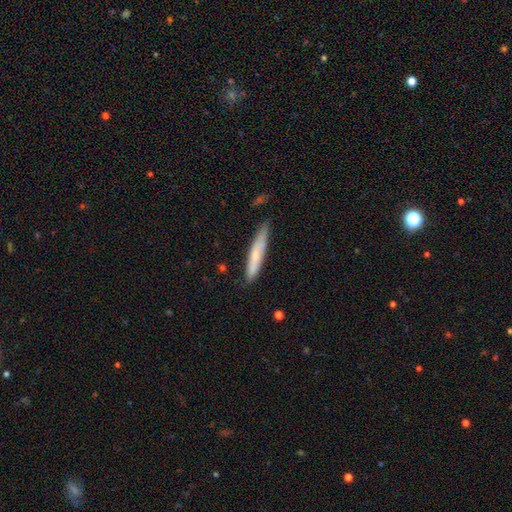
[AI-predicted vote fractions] Smooth or featured? Predicted: smooth (p=0.65). How rounded? Predicted: cigar-shaped (p=0.92). Merging? Predicted: none (p=0.77).